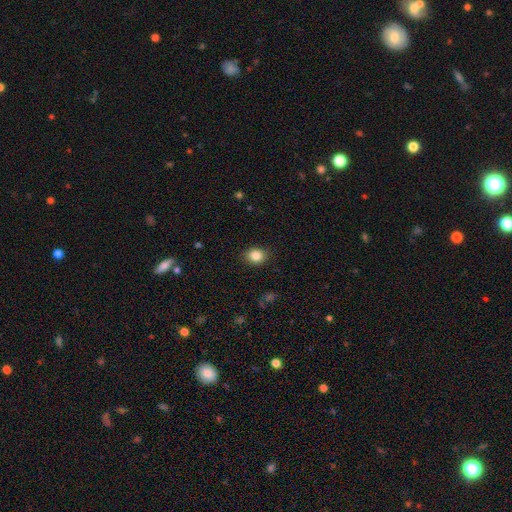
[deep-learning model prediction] This is clearly a smooth galaxy (85%). How rounded: possibly round (54%). Merging: clearly none (88%).